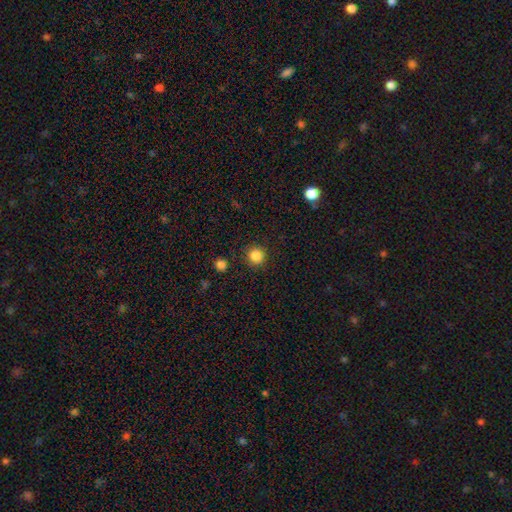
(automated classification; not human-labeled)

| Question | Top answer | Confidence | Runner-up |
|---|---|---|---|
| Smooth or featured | smooth | 85% | star or artifact (12%) |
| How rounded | round | 95% | in between (5%) |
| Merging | none | 90% | minor disturbance (6%) |